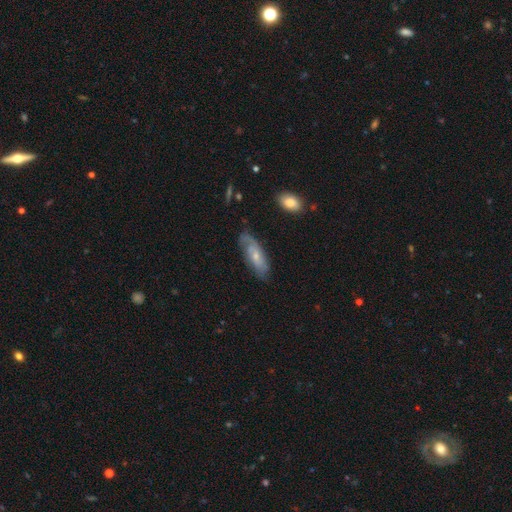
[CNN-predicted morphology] type=featured or disk (64%); edge-on=no (86%); bar=no (67%); spiral arms=yes (86%); bulge=small (61%); merging=none (69%).